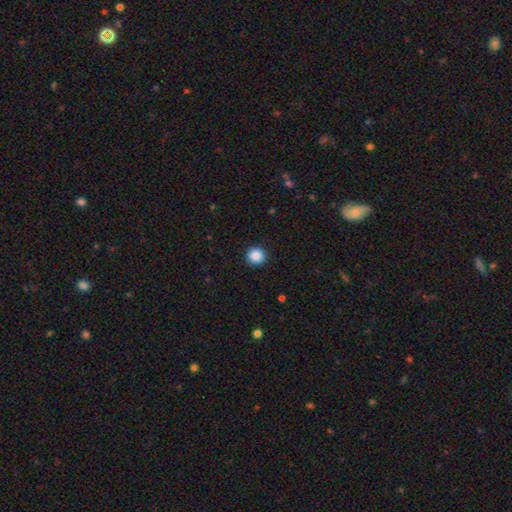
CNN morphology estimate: Smooth or featured?
  - smooth: 87% *
  - star or artifact: 10%
  - featured or disk: 3%
How rounded?
  - round: 95% *
  - in between: 4%
  - cigar-shaped: 1%
Merging?
  - none: 93% *
  - minor disturbance: 5%
  - major disturbance: 2%
  - merger: 1%